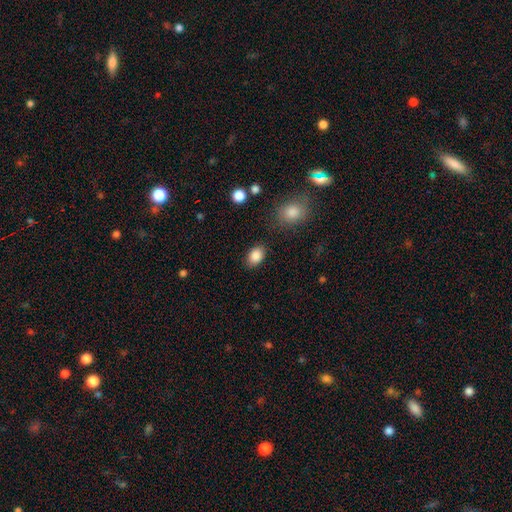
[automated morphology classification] smooth_or_featured: smooth (p=0.87) [alt: star or artifact p=0.08]
how_rounded: in between (p=0.77) [alt: round p=0.22]
merging: none (p=0.84) [alt: minor disturbance p=0.11]